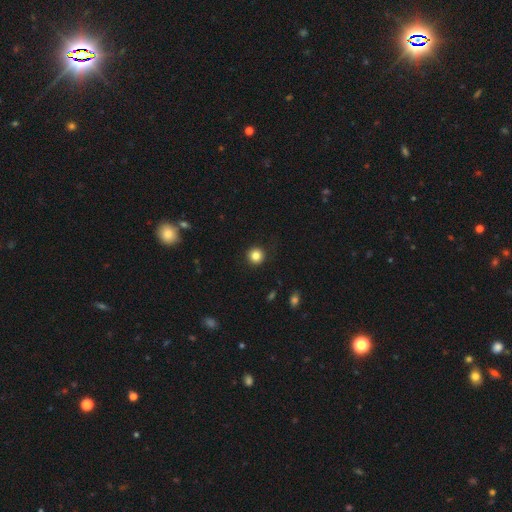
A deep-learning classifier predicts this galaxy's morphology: Smooth or featured?
  - smooth: 84% *
  - star or artifact: 11%
  - featured or disk: 5%
How rounded?
  - round: 94% *
  - in between: 5%
  - cigar-shaped: 1%
Merging?
  - none: 92% *
  - minor disturbance: 5%
  - major disturbance: 2%
  - merger: 1%